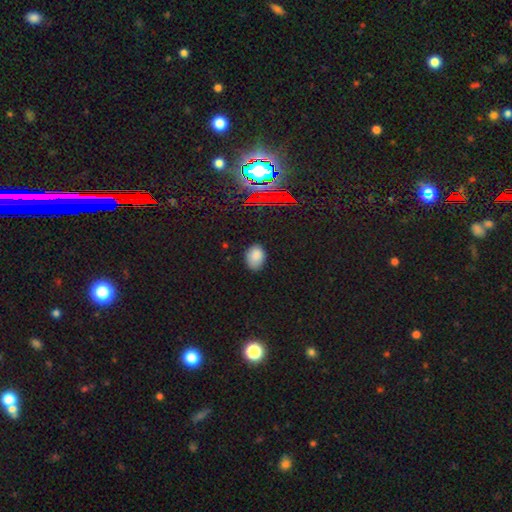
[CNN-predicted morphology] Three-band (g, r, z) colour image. It shows a smooth galaxy with no disk features (82%) that is in between round and cigar-shaped (74%). Merging: none (76%).